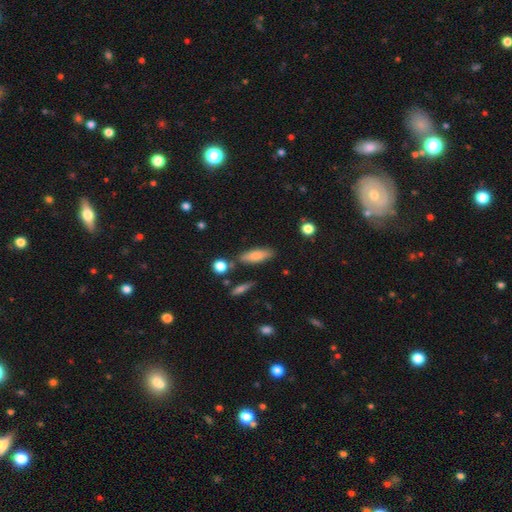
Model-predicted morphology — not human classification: Smooth or featured? Predicted: smooth (p=0.79). How rounded? Predicted: in between (p=0.60). Merging? Predicted: none (p=0.74).